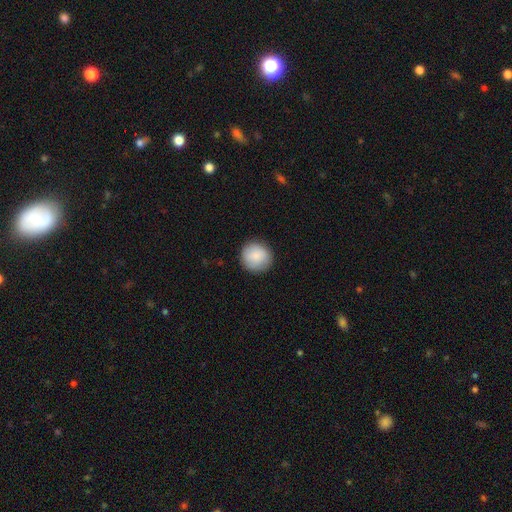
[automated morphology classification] This appears to be a smooth galaxy with no disk features (87%) that is round (93%). Merging: none (89%).